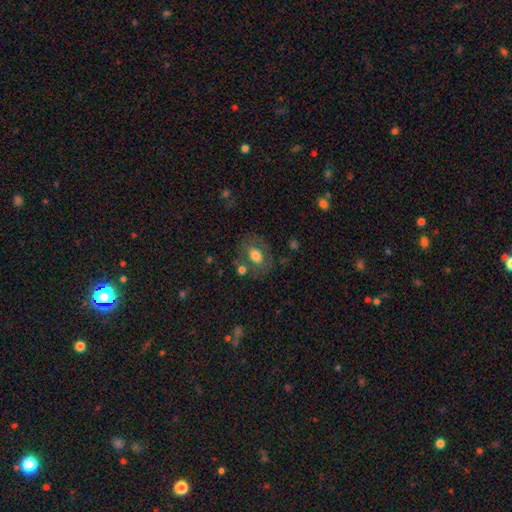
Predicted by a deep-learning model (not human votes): Q: Smooth or featured?
A: smooth (69%); runner-up: featured or disk (22%)
Q: How rounded?
A: in between (69%); runner-up: round (30%)
Q: Merging?
A: none (70%); runner-up: minor disturbance (15%)